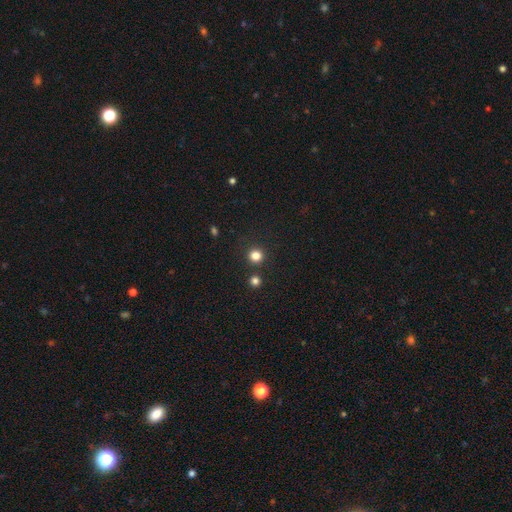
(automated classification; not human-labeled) Q: Smooth or featured?
A: smooth (81%); runner-up: star or artifact (15%)
Q: How rounded?
A: round (93%); runner-up: in between (6%)
Q: Merging?
A: none (87%); runner-up: minor disturbance (6%)